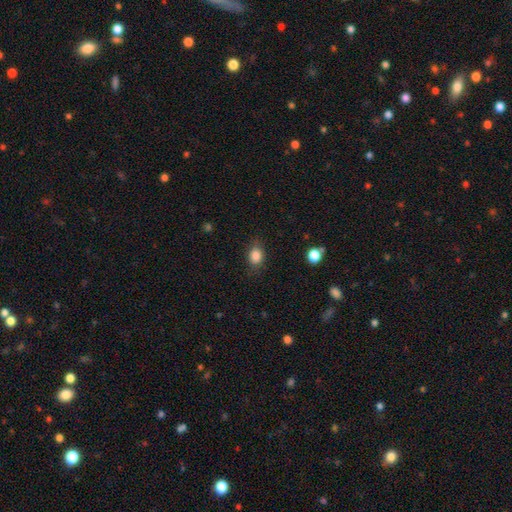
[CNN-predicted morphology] Smooth or featured: smooth — 85% (star or artifact — 10%)
How rounded: in between — 64% (round — 35%)
Merging: none — 78% (minor disturbance — 16%)